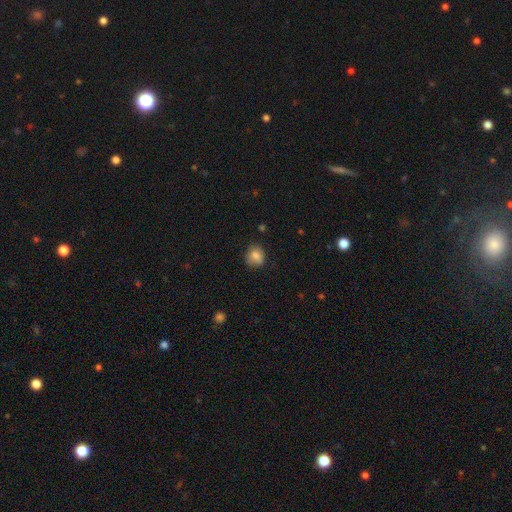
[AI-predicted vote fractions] Morphology: type=smooth (80%); roundness=round (75%); merging=none (76%).